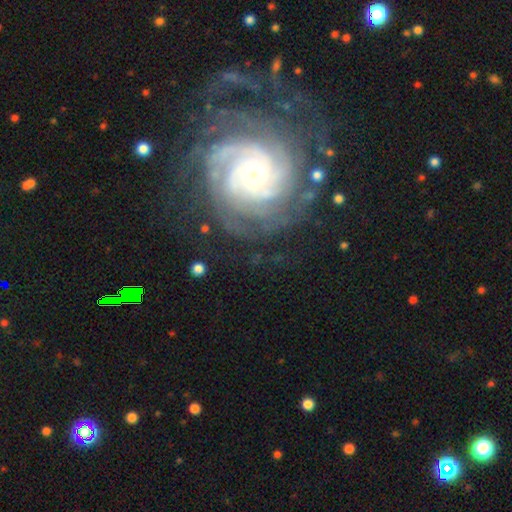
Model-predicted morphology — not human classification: Overall: featured or disk (87%). Edge-on disk: no (98%). Bar: no (64%). Spiral arms: yes (98%). Spiral arm count: can't tell (21%; 3 20%). Spiral winding: tight (80%). Bulge size: small (51%; moderate 42%). Merging: none (75%).